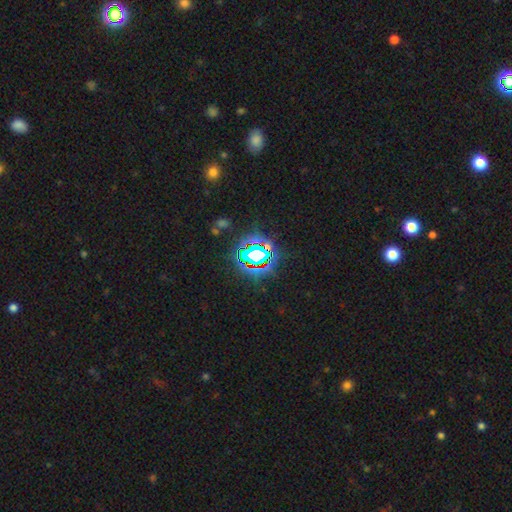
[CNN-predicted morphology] Smooth or featured?
  - star or artifact: 77% *
  - smooth: 13%
  - featured or disk: 11%